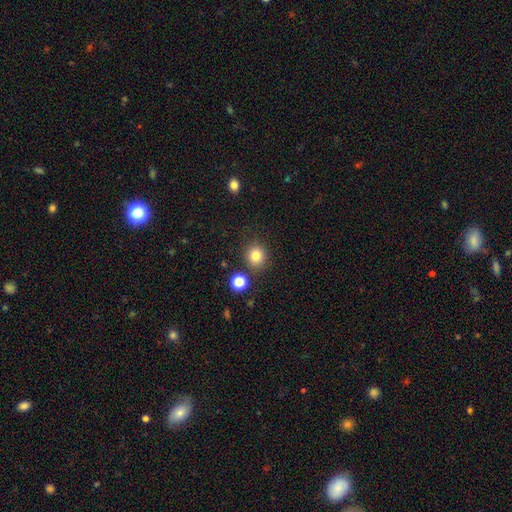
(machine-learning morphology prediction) Smooth or featured?
  - smooth: 82% *
  - star or artifact: 12%
  - featured or disk: 6%
How rounded?
  - round: 85% *
  - in between: 14%
  - cigar-shaped: 1%
Merging?
  - none: 84% *
  - minor disturbance: 8%
  - merger: 5%
  - major disturbance: 3%